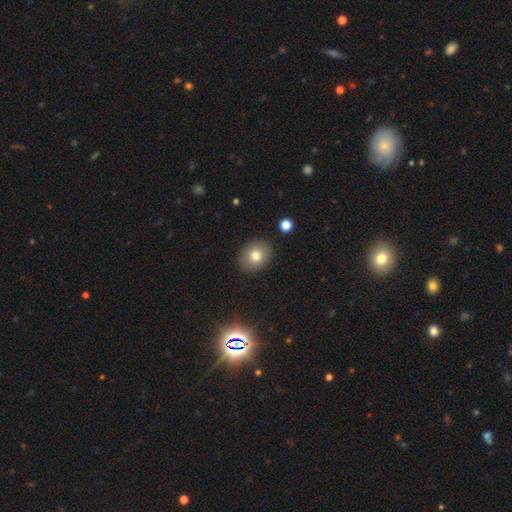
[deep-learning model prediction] smooth_or_featured: smooth (p=0.78) [alt: featured or disk p=0.12]
how_rounded: round (p=0.63) [alt: in between p=0.36]
merging: none (p=0.89) [alt: minor disturbance p=0.08]